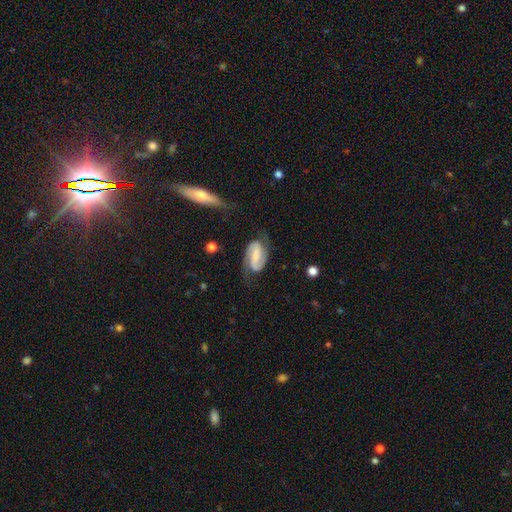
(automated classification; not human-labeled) A featured or disk galaxy (79%) with a strong bar (44%), 2 (91%) medium (46%) spiral arms (95%) and no central bulge (38%). Merging: none (67%).